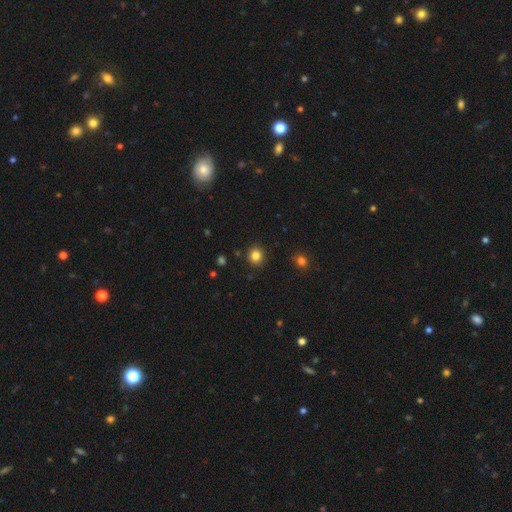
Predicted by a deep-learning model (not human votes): This is clearly a smooth galaxy (83%). How rounded: clearly round (85%). Merging: clearly none (90%).